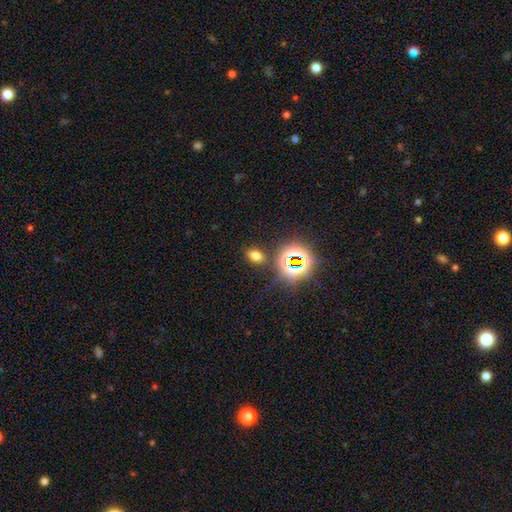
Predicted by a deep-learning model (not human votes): A smooth galaxy with no disk features (63%) that is in between round and cigar-shaped (79%).

Vote fractions:
- Smooth or featured? smooth: 63% / star or artifact: 29% / featured or disk: 7%
- How rounded? in between: 79% / round: 19% / cigar-shaped: 2%
- Merging? none: 83% / minor disturbance: 9% / merger: 5% / major disturbance: 4%